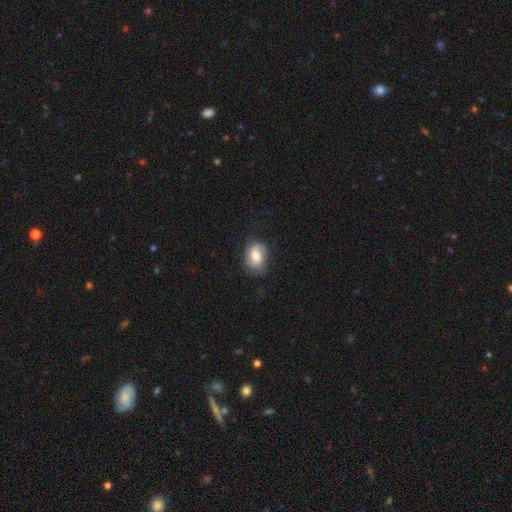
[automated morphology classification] Smooth or featured?
  - smooth: 53% *
  - featured or disk: 39%
  - star or artifact: 8%
How rounded?
  - in between: 72% *
  - round: 27%
  - cigar-shaped: 1%
Merging?
  - none: 64% *
  - minor disturbance: 24%
  - major disturbance: 10%
  - merger: 1%